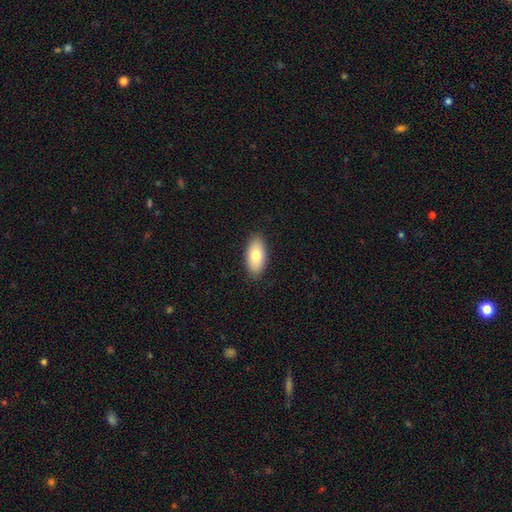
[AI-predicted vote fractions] Smooth or featured? smooth (79%)
How rounded? in between (93%)
Merging? none (88%)